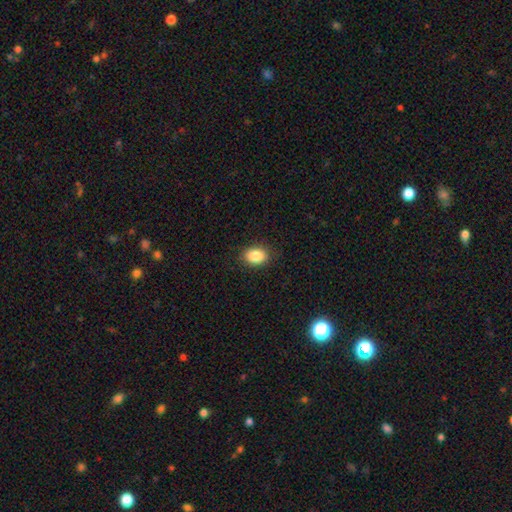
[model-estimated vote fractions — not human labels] Smooth or featured? smooth (87%)
How rounded? in between (76%)
Merging? none (87%)